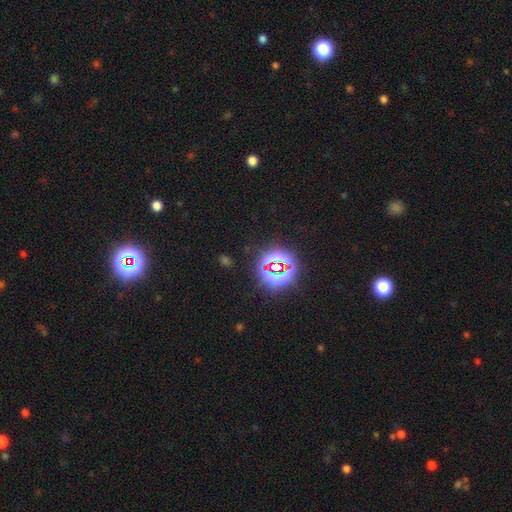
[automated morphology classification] smooth_or_featured: star or artifact (p=0.83) [alt: smooth p=0.11]